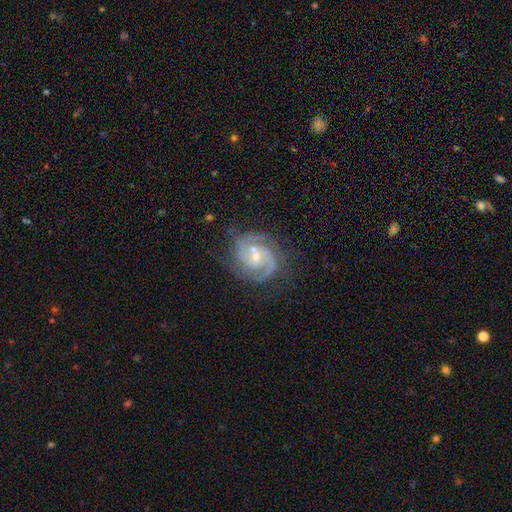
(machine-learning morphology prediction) The model was most divided on "bar": no: 45%, weak: 43%, strong: 12%. More confident: spiral arms — yes (98%); edge-on disk — no (98%); smooth or featured — featured or disk (89%); merging — none (72%); spiral arm count — 2 (65%); bulge size — small (59%); spiral winding — tight (51%).